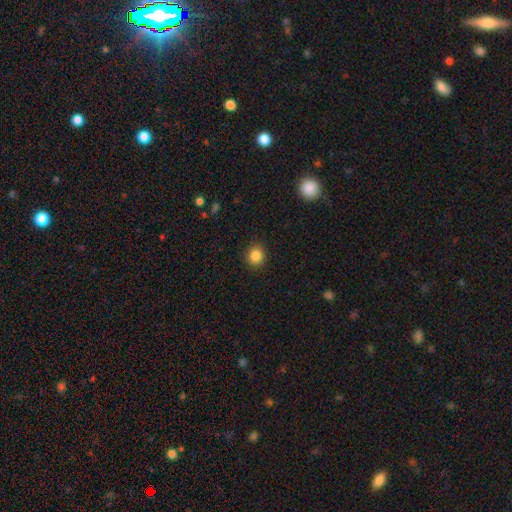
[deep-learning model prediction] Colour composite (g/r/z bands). It shows a smooth galaxy with no disk features (85%) that is round (86%). Merging: none (90%).